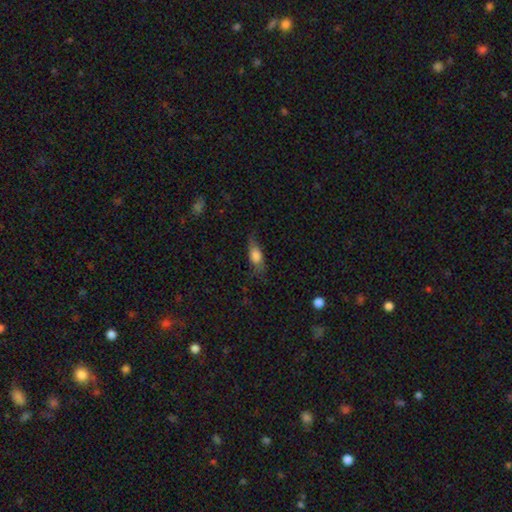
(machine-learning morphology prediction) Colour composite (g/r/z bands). It shows a smooth galaxy with no disk features (70%) that is in between round and cigar-shaped (70%). Merging: none (63%).